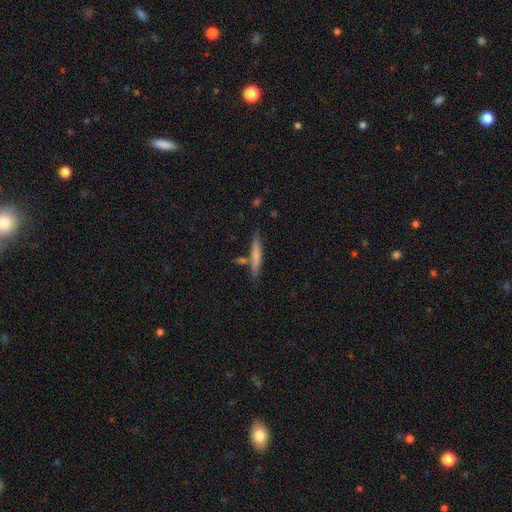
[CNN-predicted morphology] smooth-or-featured: smooth: 66% | featured or disk: 28% | star or artifact: 6%
  how-rounded: cigar-shaped: 93% | in between: 5% | round: 2%
  merging: none: 76% | minor disturbance: 12% | merger: 9% | major disturbance: 3%